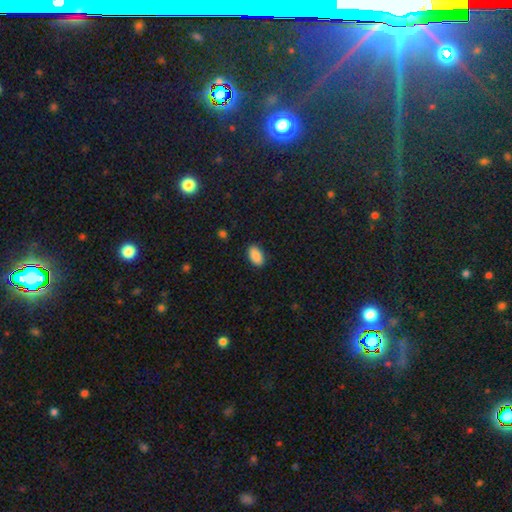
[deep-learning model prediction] Smooth or featured: smooth — 90% (star or artifact — 7%)
How rounded: in between — 94% (round — 4%)
Merging: none — 88% (minor disturbance — 9%)